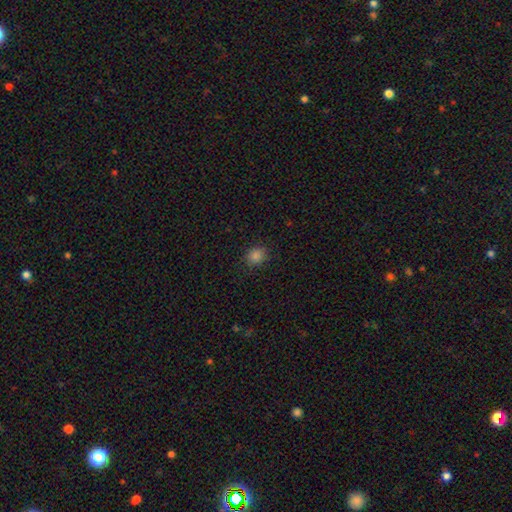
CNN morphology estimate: Overall: smooth (82%). How rounded: round (63%; in between 36%). Merging: none (87%).